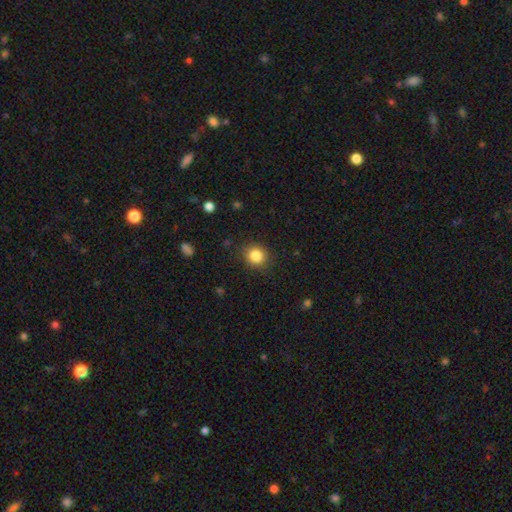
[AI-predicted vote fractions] Morphology: type=smooth (85%); roundness=round (82%); merging=none (87%).